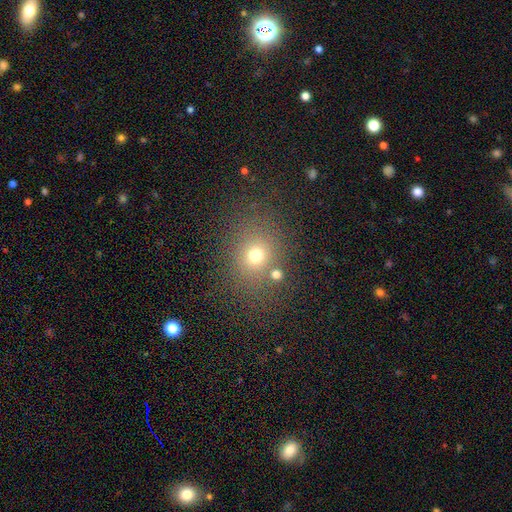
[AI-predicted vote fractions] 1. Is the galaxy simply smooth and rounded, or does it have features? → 67% smooth, 22% star or artifact, 11% featured or disk.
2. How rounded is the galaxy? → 68% round, 31% in between, 1% cigar-shaped.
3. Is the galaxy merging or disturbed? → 73% none, 12% minor disturbance, 9% merger, 6% major disturbance.